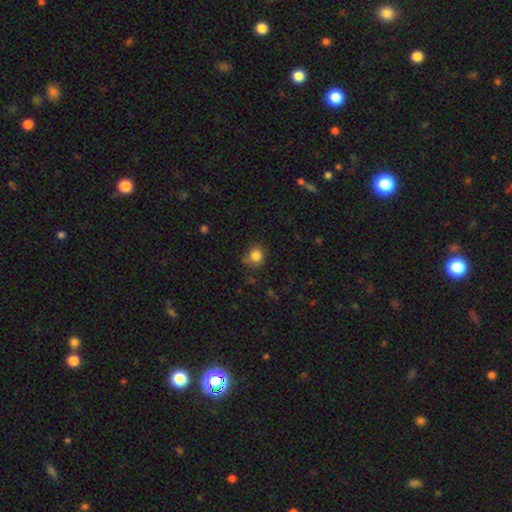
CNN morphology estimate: Q: Smooth or featured?
A: smooth (83%); runner-up: star or artifact (11%)
Q: How rounded?
A: round (84%); runner-up: in between (15%)
Q: Merging?
A: none (74%); runner-up: minor disturbance (16%)